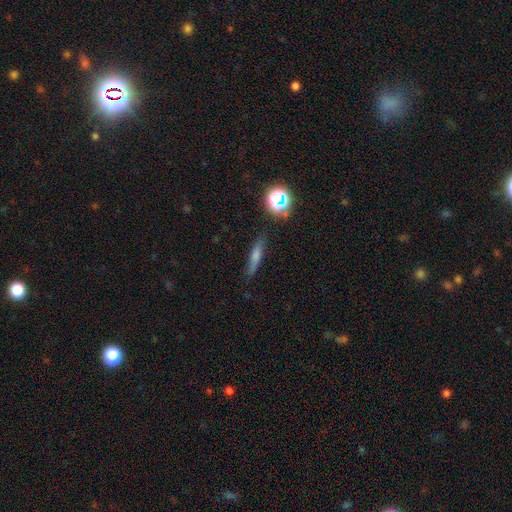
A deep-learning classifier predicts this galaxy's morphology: Overall: smooth (53%; featured or disk 32%). How rounded: cigar-shaped (80%). Merging: none (81%).